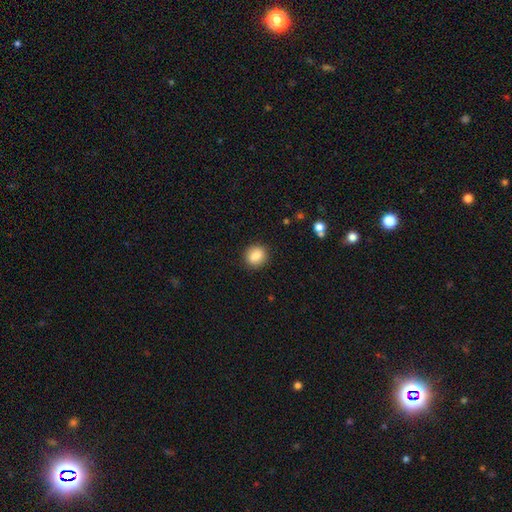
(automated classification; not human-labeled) Morphology: type=smooth (87%); roundness=round (74%); merging=none (89%).